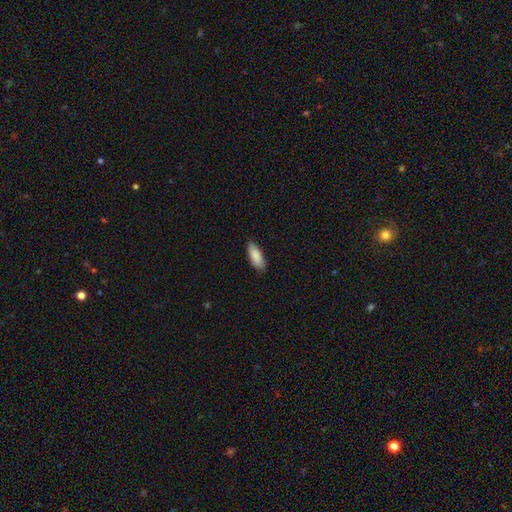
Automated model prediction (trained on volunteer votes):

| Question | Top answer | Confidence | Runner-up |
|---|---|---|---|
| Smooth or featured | smooth | 88% | featured or disk (6%) |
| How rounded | in between | 77% | cigar-shaped (21%) |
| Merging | none | 86% | minor disturbance (11%) |